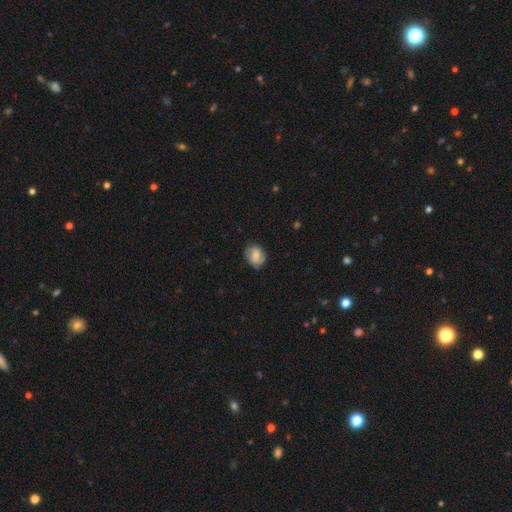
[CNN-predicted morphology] A smooth galaxy with no disk features (65%) that is round (51%).

Vote fractions:
- Smooth or featured? smooth: 65% / featured or disk: 27% / star or artifact: 8%
- How rounded? round: 51% / in between: 48% / cigar-shaped: 1%
- Merging? none: 73% / minor disturbance: 20% / major disturbance: 5% / merger: 1%